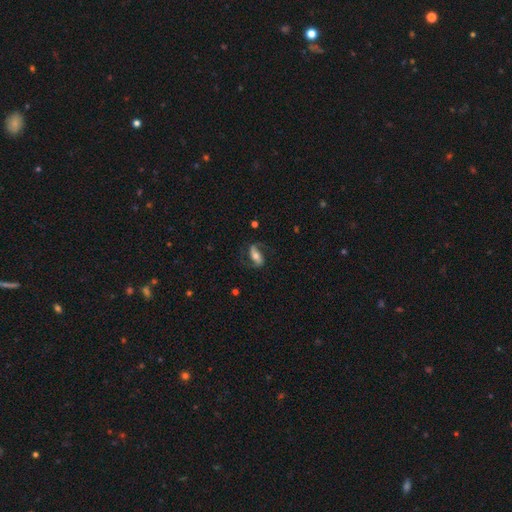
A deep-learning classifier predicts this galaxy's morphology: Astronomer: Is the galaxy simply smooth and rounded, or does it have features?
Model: featured or disk — 73%.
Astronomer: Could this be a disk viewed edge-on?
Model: no — 93%.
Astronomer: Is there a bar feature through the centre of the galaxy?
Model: strong — 45% (runner-up: no, 28%).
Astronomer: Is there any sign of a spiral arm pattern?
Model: yes — 92%.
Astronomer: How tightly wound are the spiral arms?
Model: loose — 44% (runner-up: medium, 42%).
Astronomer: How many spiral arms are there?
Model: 2 — 88%.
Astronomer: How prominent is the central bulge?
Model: moderate — 58%.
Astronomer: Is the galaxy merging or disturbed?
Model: none — 70%.